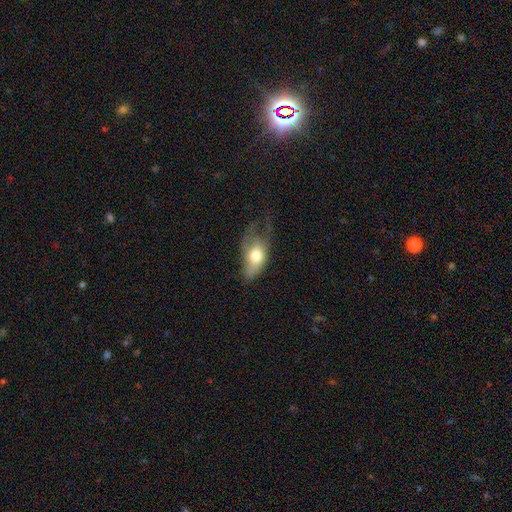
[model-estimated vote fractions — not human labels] smooth_or_featured: smooth (p=0.65) [alt: featured or disk p=0.28]
how_rounded: in between (p=0.88) [alt: round p=0.08]
merging: major disturbance (p=0.46) [alt: minor disturbance p=0.31]